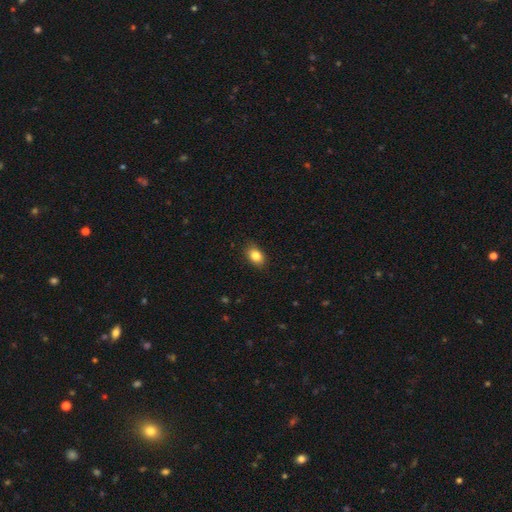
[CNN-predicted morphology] This is clearly a smooth galaxy (84%). How rounded: likely in between (79%). Merging: clearly none (86%).